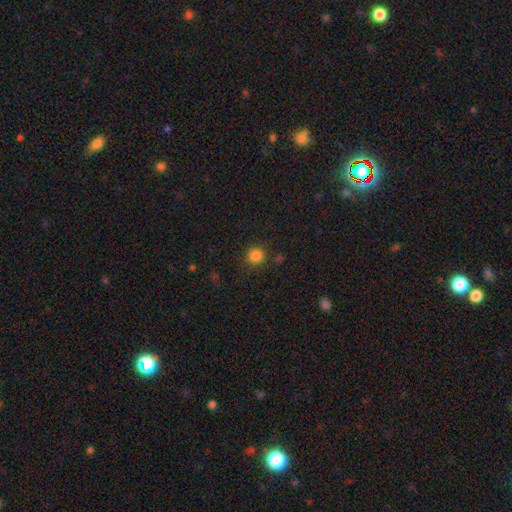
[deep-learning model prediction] Overall: smooth (84%). How rounded: round (94%). Merging: none (87%).